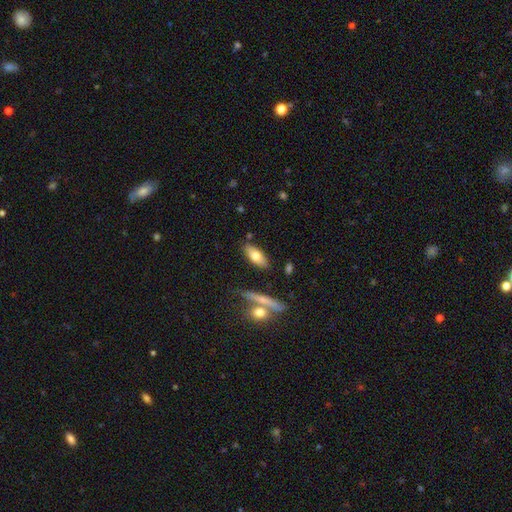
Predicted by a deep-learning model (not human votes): Morphology: type=smooth (72%); roundness=in between (76%); merging=none (79%).